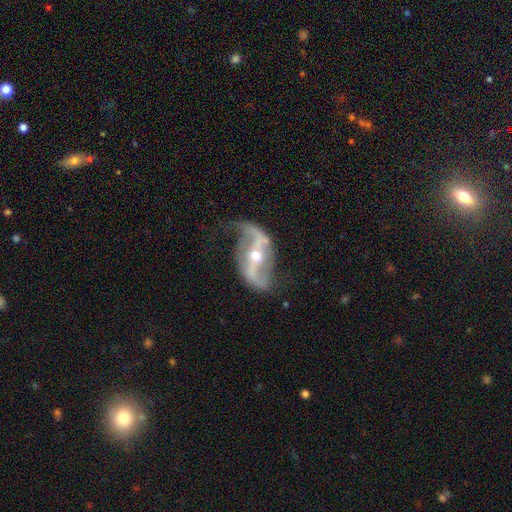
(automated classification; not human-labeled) featured or disk 90%, star or artifact 5%, smooth 5%. Down the decision tree: edge-on disk — no (94%); bar — strong (61%); spiral arms — yes (94%); spiral arm count — 2 (91%); spiral winding — loose (73%); bulge size — moderate (55%); merging — none (64%).